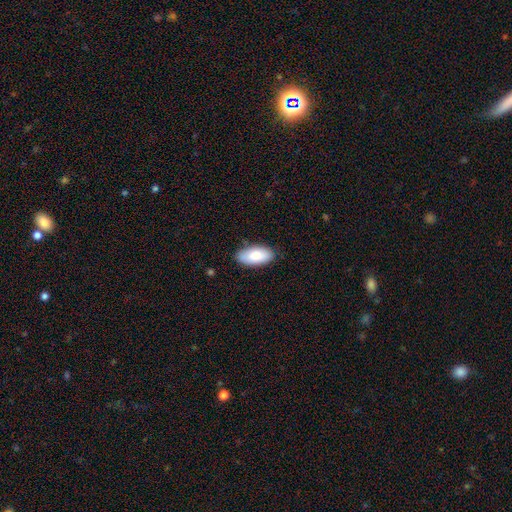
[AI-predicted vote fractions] Q: Smooth or featured?
A: smooth (83%); runner-up: featured or disk (11%)
Q: How rounded?
A: in between (93%); runner-up: cigar-shaped (5%)
Q: Merging?
A: none (84%); runner-up: minor disturbance (13%)